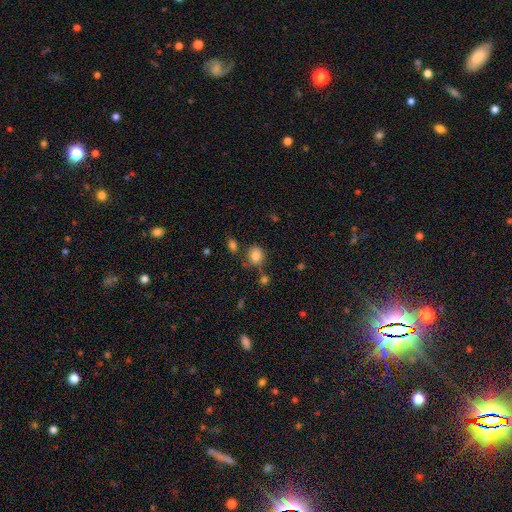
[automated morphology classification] This is clearly a smooth galaxy (83%). How rounded: likely round (76%). Merging: likely none (71%).